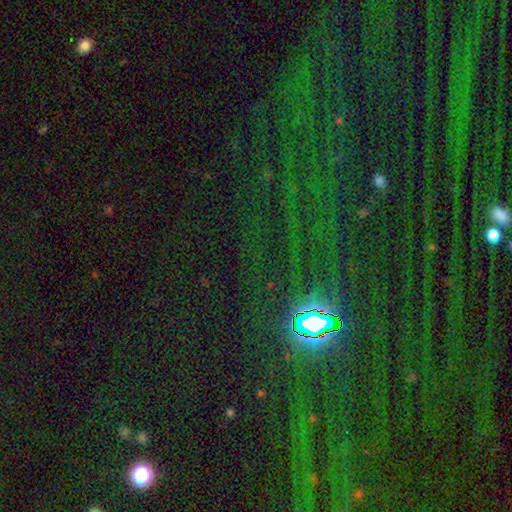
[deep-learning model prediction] Smooth or featured: star or artifact — 84% (smooth — 9%)